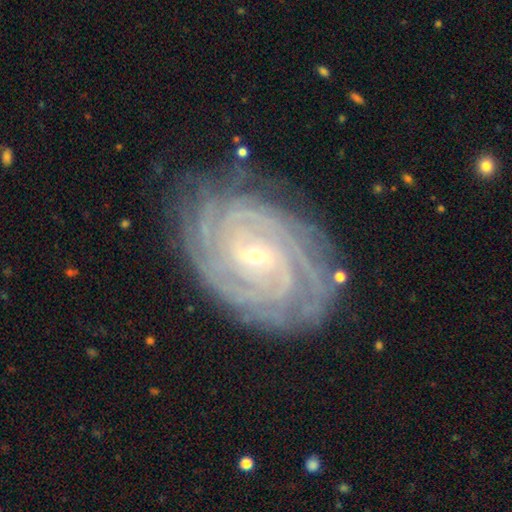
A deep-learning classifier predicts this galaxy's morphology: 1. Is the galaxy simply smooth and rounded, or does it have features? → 91% featured or disk, 5% star or artifact, 4% smooth.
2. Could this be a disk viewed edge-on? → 97% no, 3% yes.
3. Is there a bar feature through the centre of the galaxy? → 45% no, 38% weak, 17% strong.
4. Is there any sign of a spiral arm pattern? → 98% yes, 2% no.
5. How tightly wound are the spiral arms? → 87% tight, 12% medium, 2% loose.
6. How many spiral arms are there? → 27% 4, 22% more than 4, 18% can't tell, 14% 3, 11% 2, 8% 1.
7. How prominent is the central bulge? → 80% small, 18% moderate, 1% none, 1% large, 1% dominant.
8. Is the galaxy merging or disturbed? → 82% none, 13% minor disturbance, 3% major disturbance, 1% merger.